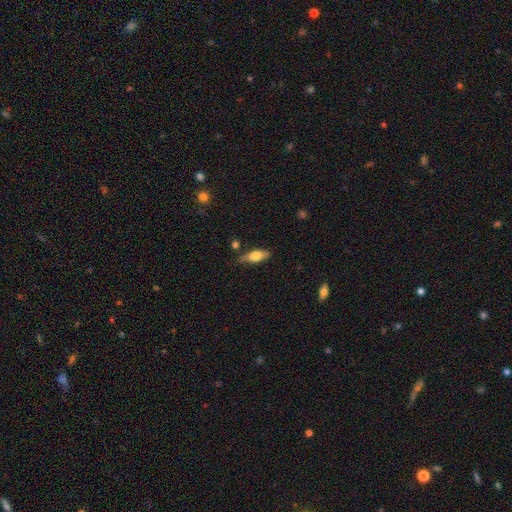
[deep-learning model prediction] Overall: smooth (62%; featured or disk 31%). How rounded: in between (62%; cigar-shaped 35%). Merging: none (73%).